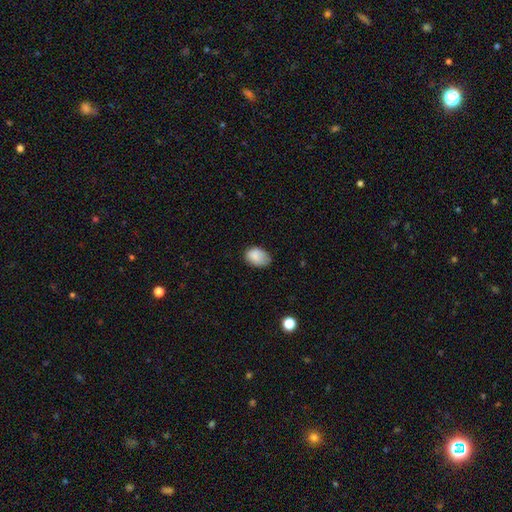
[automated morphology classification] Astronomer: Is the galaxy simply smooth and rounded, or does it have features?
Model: smooth — 86%.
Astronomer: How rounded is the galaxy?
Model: in between — 83%.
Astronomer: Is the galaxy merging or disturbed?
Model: none — 63%.